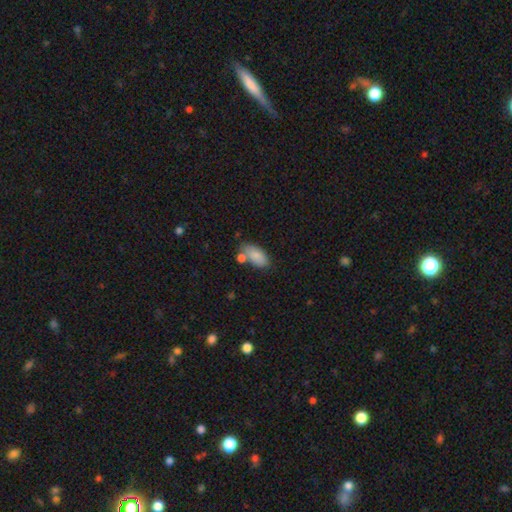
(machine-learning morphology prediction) smooth_or_featured: smooth (p=0.84) [alt: featured or disk p=0.09]
how_rounded: in between (p=0.92) [alt: cigar-shaped p=0.05]
merging: none (p=0.57) [alt: merger p=0.20]